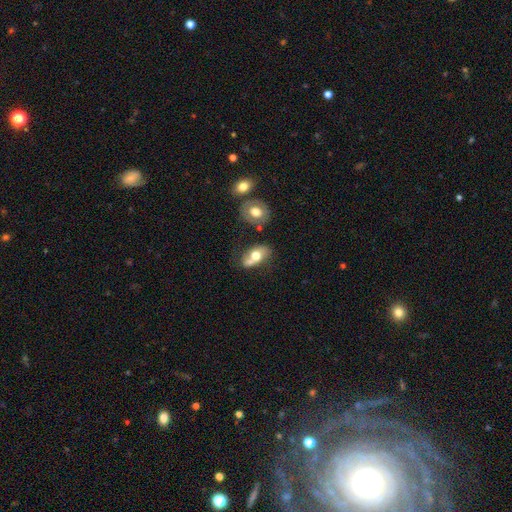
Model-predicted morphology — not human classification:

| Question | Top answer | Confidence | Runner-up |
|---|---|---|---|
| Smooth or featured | smooth | 62% | featured or disk (30%) |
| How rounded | in between | 81% | round (16%) |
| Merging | none | 44% | merger (31%) |